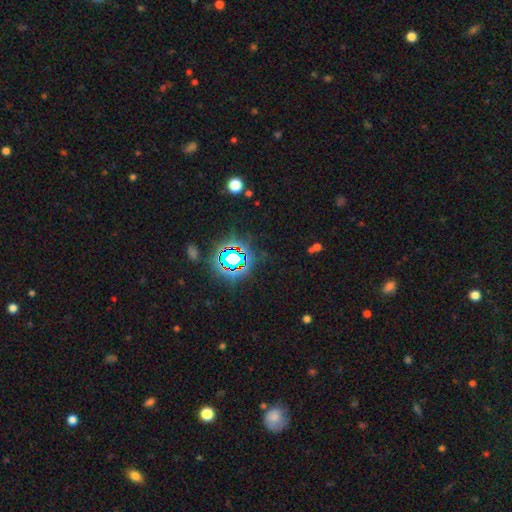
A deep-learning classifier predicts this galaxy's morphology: type=star or artifact (81%).